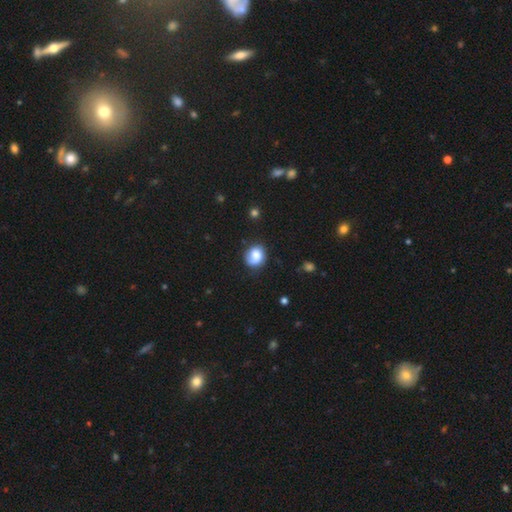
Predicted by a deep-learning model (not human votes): smooth_or_featured: smooth (p=0.80) [alt: featured or disk p=0.12]
how_rounded: round (p=0.66) [alt: in between p=0.33]
merging: none (p=0.67) [alt: minor disturbance p=0.24]